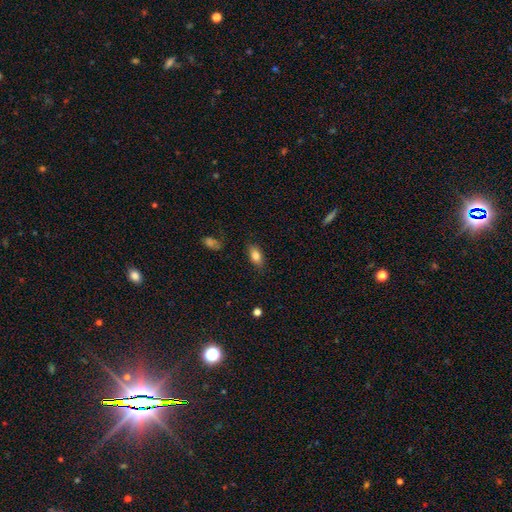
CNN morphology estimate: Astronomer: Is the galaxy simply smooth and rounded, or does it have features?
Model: smooth — 82%.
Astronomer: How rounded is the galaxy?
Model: in between — 87%.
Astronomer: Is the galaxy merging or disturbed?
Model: none — 83%.